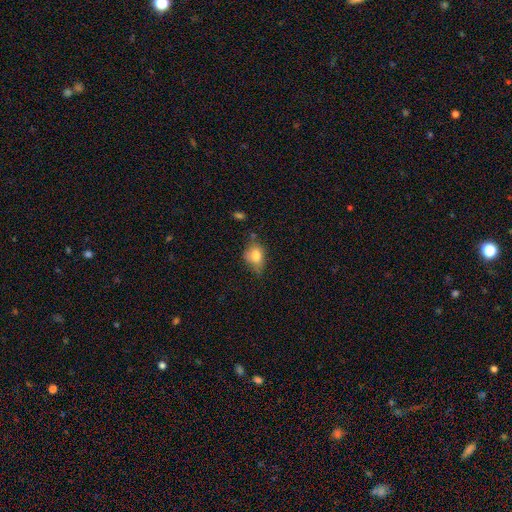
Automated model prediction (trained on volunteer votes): The model was most divided on "merging": none: 43%, minor disturbance: 38%, major disturbance: 14%, merger: 5%. More confident: smooth or featured — smooth (77%); how rounded — in between (68%).